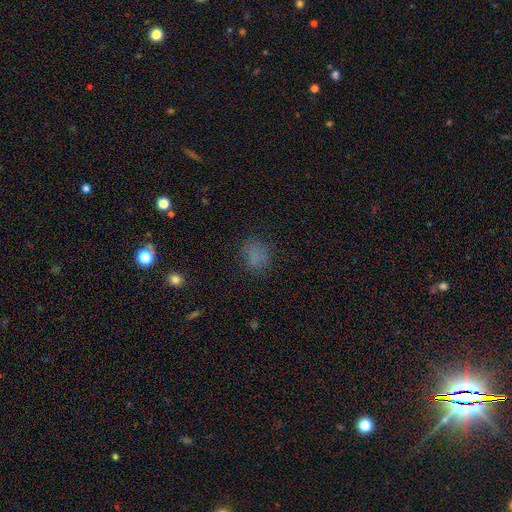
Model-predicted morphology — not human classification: Smooth or featured? Predicted: smooth (p=0.73). How rounded? Predicted: round (p=0.59). Merging? Predicted: none (p=0.75).